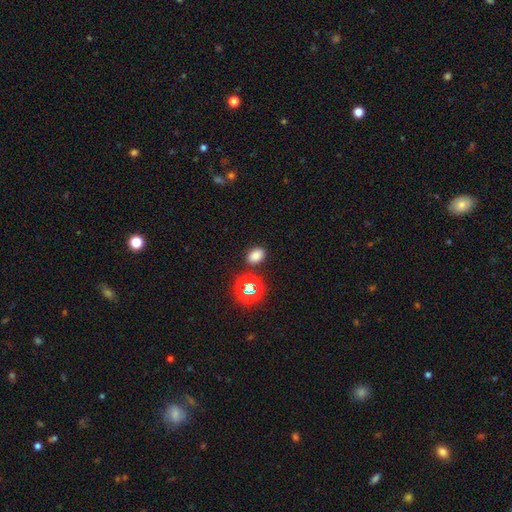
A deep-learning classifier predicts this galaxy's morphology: Smooth or featured: smooth — 75% (star or artifact — 19%)
How rounded: in between — 75% (round — 24%)
Merging: none — 85% (minor disturbance — 9%)